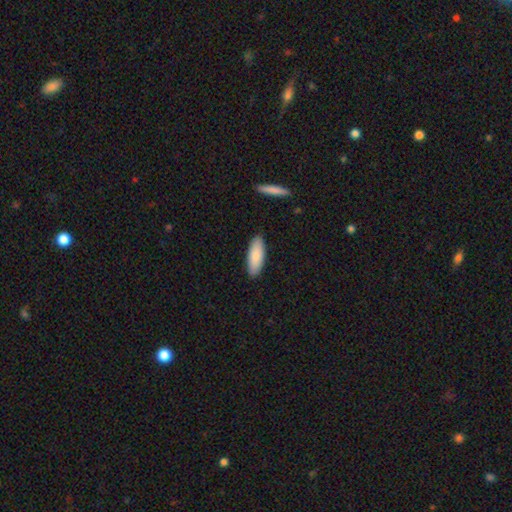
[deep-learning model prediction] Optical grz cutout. It shows a smooth galaxy with no disk features (87%) that is in between round and cigar-shaped (67%). Merging: none (88%).